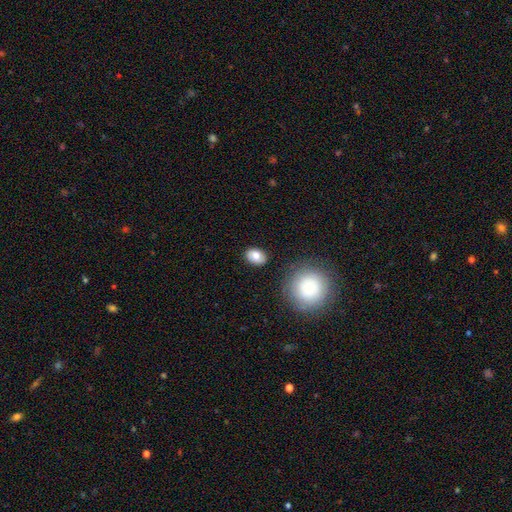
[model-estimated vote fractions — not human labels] The model was most divided on "how rounded": in between: 68%, round: 31%, cigar-shaped: 1%. More confident: merging — none (84%); smooth or featured — smooth (78%).